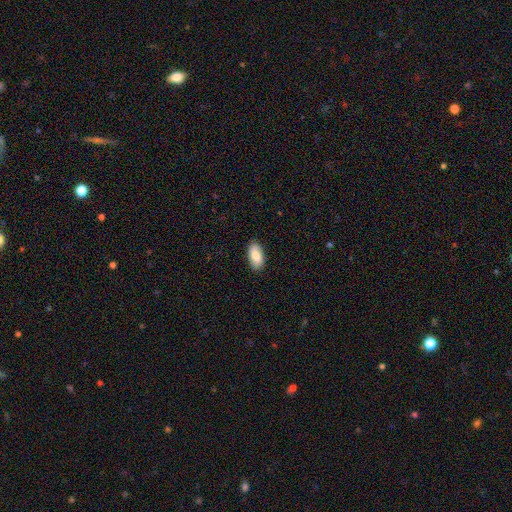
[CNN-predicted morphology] The model was most divided on "smooth or featured": smooth: 75%, featured or disk: 19%, star or artifact: 6%. More confident: how rounded — in between (93%); merging — none (87%).